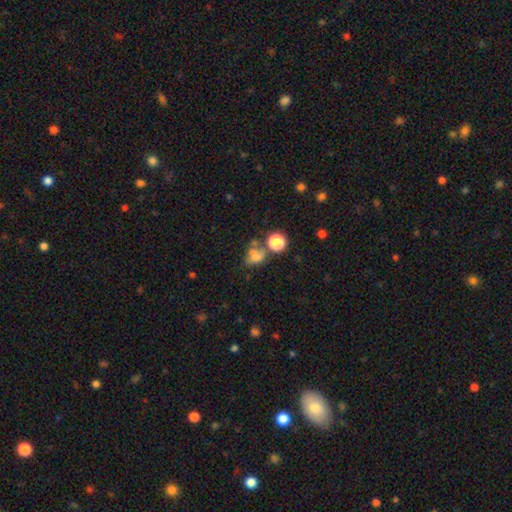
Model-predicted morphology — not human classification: smooth-or-featured: smooth: 63% | star or artifact: 20% | featured or disk: 17%
  how-rounded: in between: 52% | round: 46% | cigar-shaped: 2%
  merging: none: 37% | merger: 30% | minor disturbance: 19% | major disturbance: 15%